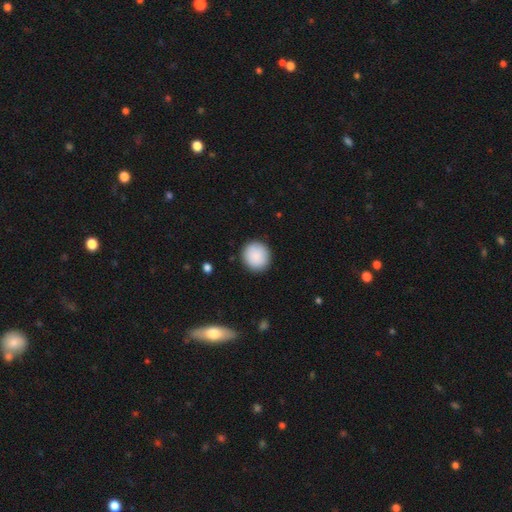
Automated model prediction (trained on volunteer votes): smooth 89%, star or artifact 7%, featured or disk 4%. Down the decision tree: how rounded — round (90%); merging — none (90%).